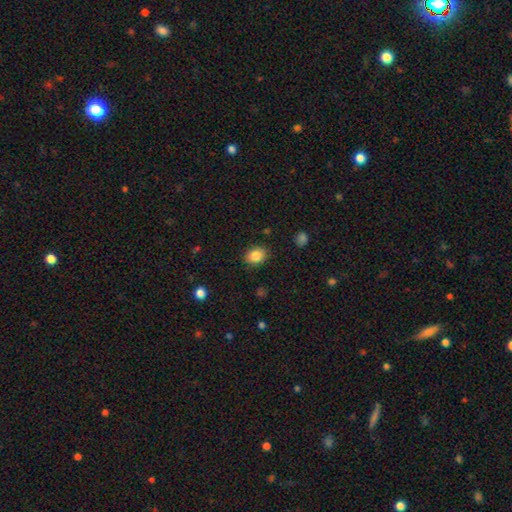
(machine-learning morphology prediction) The model was most divided on "how rounded": in between: 55%, round: 44%, cigar-shaped: 1%. More confident: merging — none (87%); smooth or featured — smooth (85%).